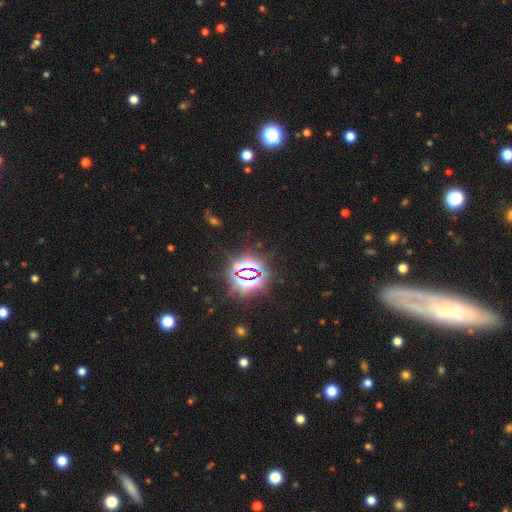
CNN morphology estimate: The model was most divided on "smooth or featured": star or artifact: 72%, smooth: 16%, featured or disk: 12%.